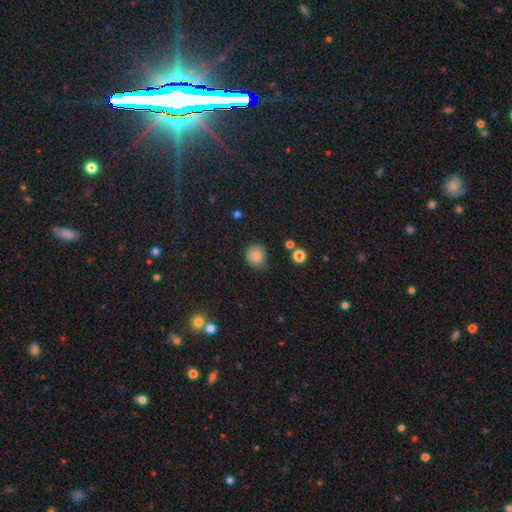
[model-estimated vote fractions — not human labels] This is clearly a smooth galaxy (83%). How rounded: clearly round (83%). Merging: likely none (71%).